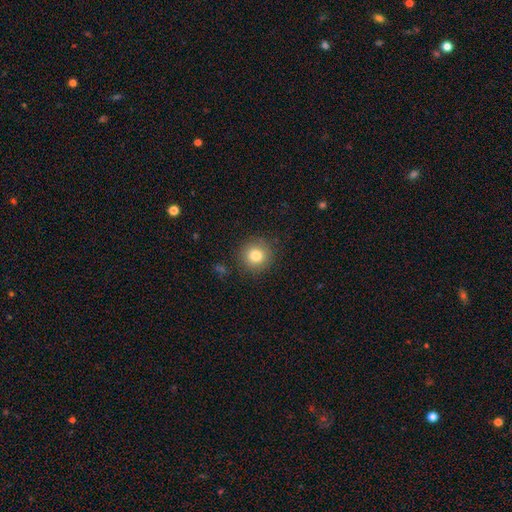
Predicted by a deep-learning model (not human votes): smooth_or_featured: smooth (p=0.81) [alt: star or artifact p=0.11]
how_rounded: round (p=0.92) [alt: in between p=0.07]
merging: none (p=0.88) [alt: minor disturbance p=0.08]